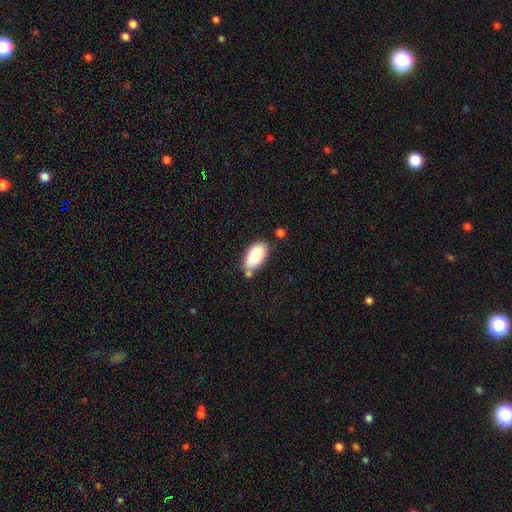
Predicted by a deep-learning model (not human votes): This is clearly a smooth galaxy (83%). How rounded: clearly in between (95%). Merging: likely none (67%).